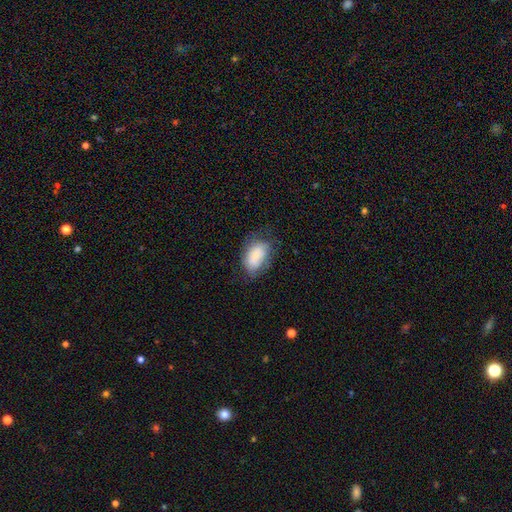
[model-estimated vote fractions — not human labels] This is likely a smooth galaxy (72%). How rounded: clearly in between (89%). Merging: likely none (61%).